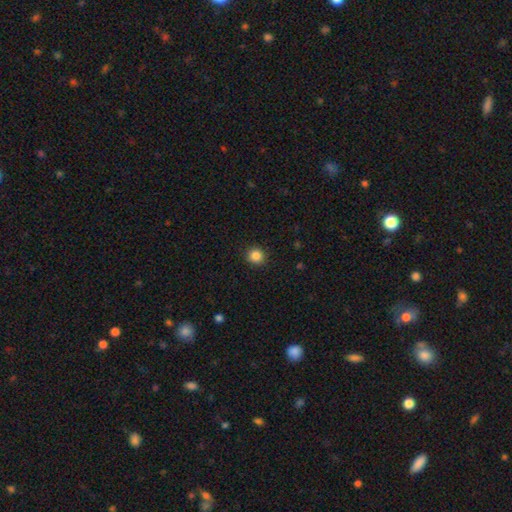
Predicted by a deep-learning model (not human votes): This appears to be a smooth galaxy with no disk features (85%) that is round (92%). Merging: none (91%).